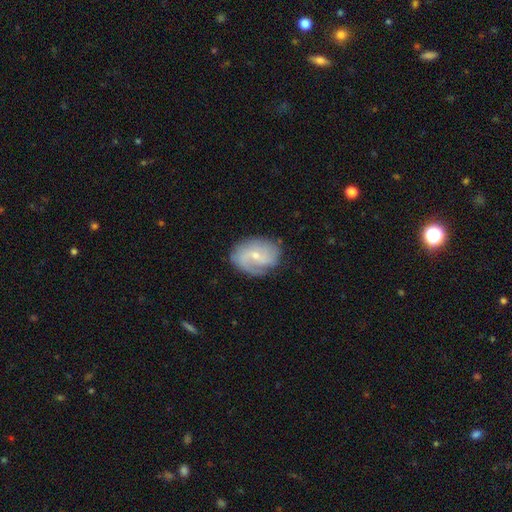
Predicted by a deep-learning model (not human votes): smooth-or-featured: featured or disk: 71% | smooth: 22% | star or artifact: 7%
  disk-edge-on: no: 97% | yes: 3%
    bar: no: 47% | weak: 43% | strong: 10%
    has-spiral-arms: yes: 89% | no: 11%
      spiral-winding: medium: 40% | loose: 31% | tight: 29%
      spiral-arm-count: 2: 51% | can't tell: 22% | 1: 14% | 3: 8% | 4: 3% | more than 4: 2%
    bulge-size: small: 69% | moderate: 27% | none: 2% | large: 1% | dominant: 1%
  merging: none: 70% | minor disturbance: 20% | major disturbance: 8% | merger: 1%